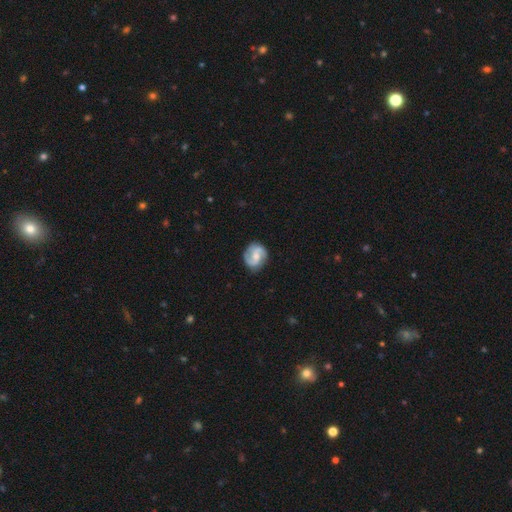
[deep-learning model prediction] Smooth or featured: featured or disk — 76% (smooth — 18%)
Edge-on disk: no — 98% (yes — 2%)
Bar: weak — 47% (no — 40%)
Spiral arms: yes — 94% (no — 6%)
Spiral winding: medium — 49% (tight — 28%)
Spiral arm count: 2 — 87% (can't tell — 5%)
Bulge size: moderate — 52% (small — 35%)
Merging: none — 80% (minor disturbance — 14%)